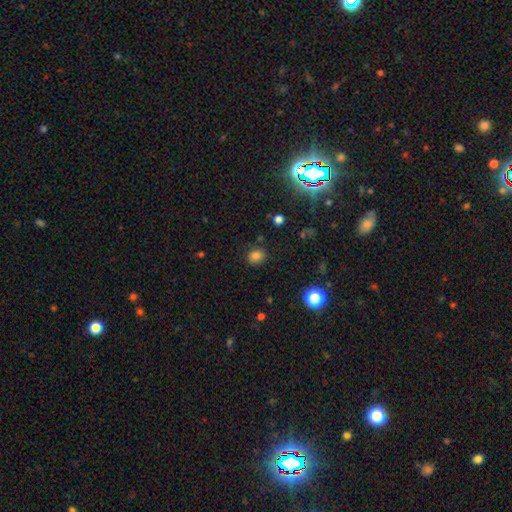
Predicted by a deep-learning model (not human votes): This appears to be a smooth galaxy with no disk features (79%) that is round (66%). Merging: none (83%).